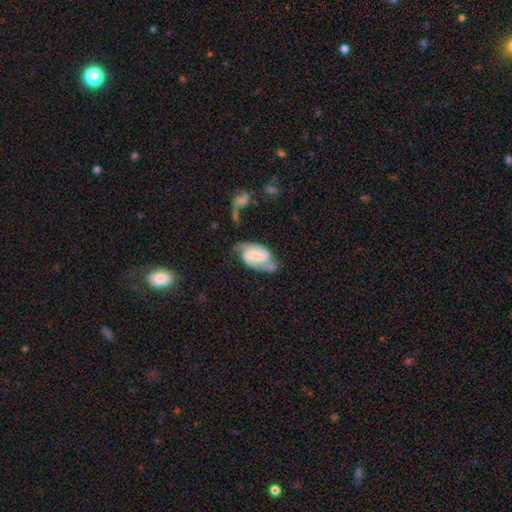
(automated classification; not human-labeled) smooth-or-featured: featured or disk: 85% | smooth: 10% | star or artifact: 5%
  disk-edge-on: no: 97% | yes: 3%
    bar: weak: 46% | no: 29% | strong: 26%
    has-spiral-arms: yes: 96% | no: 4%
      spiral-winding: medium: 53% | tight: 26% | loose: 22%
      spiral-arm-count: 2: 91% | can't tell: 3% | 1: 2% | 3: 1% | 4: 1% | more than 4: 1%
    bulge-size: small: 54% | moderate: 31% | none: 11% | large: 3% | dominant: 1%
  merging: none: 60% | minor disturbance: 22% | major disturbance: 10% | merger: 8%